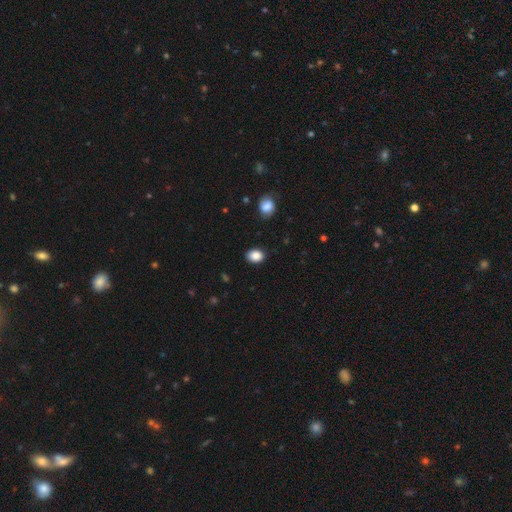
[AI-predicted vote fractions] Smooth or featured? smooth (87%)
How rounded? in between (65%)
Merging? none (87%)